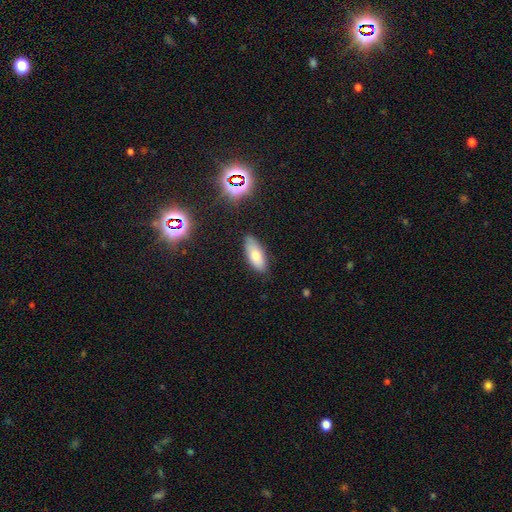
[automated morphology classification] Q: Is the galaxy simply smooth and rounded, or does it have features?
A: smooth — 76%.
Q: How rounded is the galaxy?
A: in between — 81%.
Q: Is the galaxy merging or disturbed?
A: none — 81%.